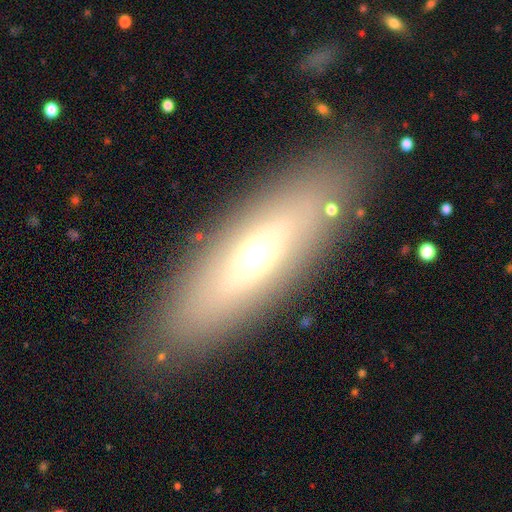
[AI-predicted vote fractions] featured or disk 47%, smooth 43%, star or artifact 10%. Down the decision tree: merging — none (85%).